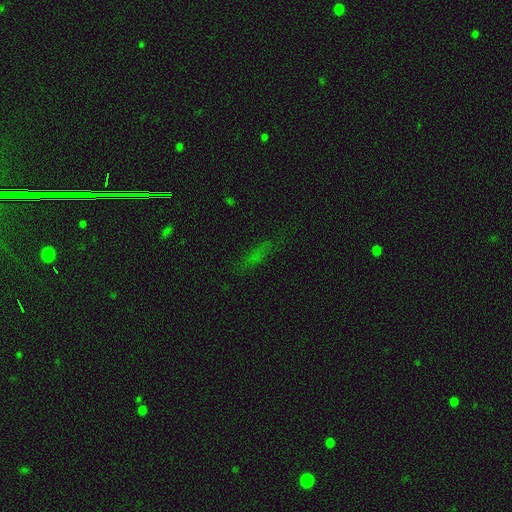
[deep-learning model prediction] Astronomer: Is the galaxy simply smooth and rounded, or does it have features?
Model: smooth — 44% (runner-up: star or artifact, 39%).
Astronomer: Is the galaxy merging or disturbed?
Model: none — 74%.